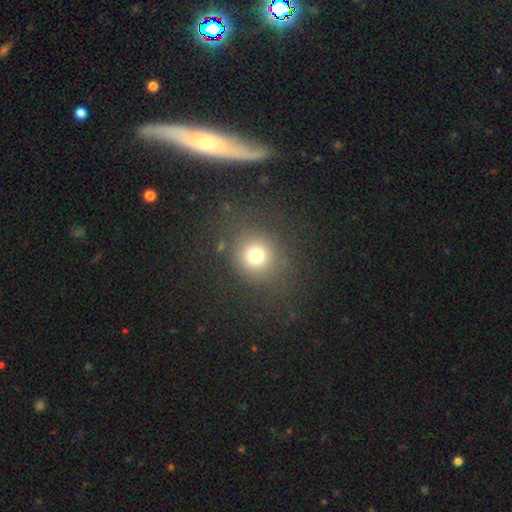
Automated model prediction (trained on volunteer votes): A smooth galaxy with no disk features (74%) that is round (85%).

Vote fractions:
- Smooth or featured? smooth: 74% / star or artifact: 17% / featured or disk: 9%
- How rounded? round: 85% / in between: 14% / cigar-shaped: 1%
- Merging? none: 79% / minor disturbance: 10% / major disturbance: 8% / merger: 2%